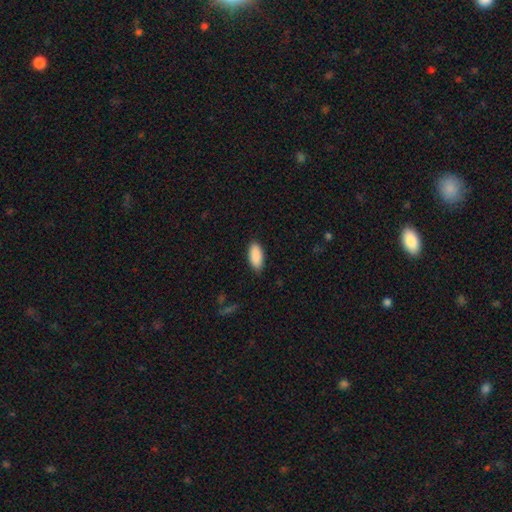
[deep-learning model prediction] This appears to be a smooth galaxy with no disk features (91%) that is in between round and cigar-shaped (89%). Merging: none (87%).